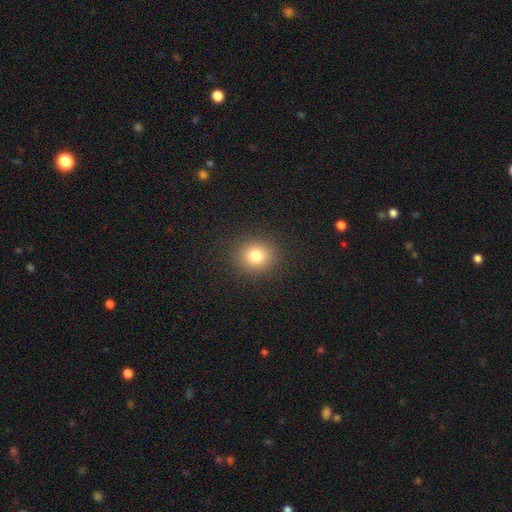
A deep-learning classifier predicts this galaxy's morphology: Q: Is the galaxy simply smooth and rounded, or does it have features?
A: smooth — 79%.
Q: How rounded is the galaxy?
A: round — 82%.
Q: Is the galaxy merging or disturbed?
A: none — 90%.